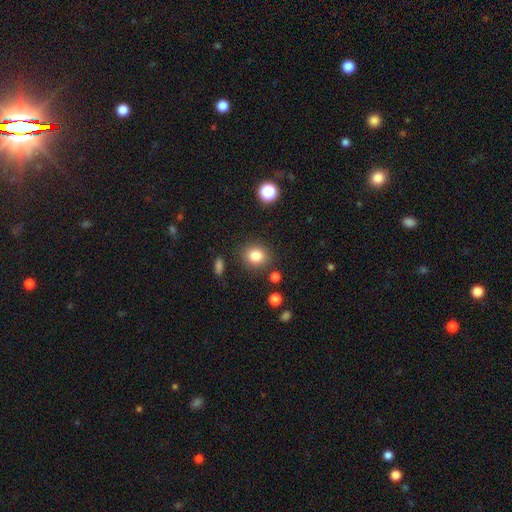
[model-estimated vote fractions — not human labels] Morphology: type=smooth (83%); roundness=round (78%); merging=none (85%).